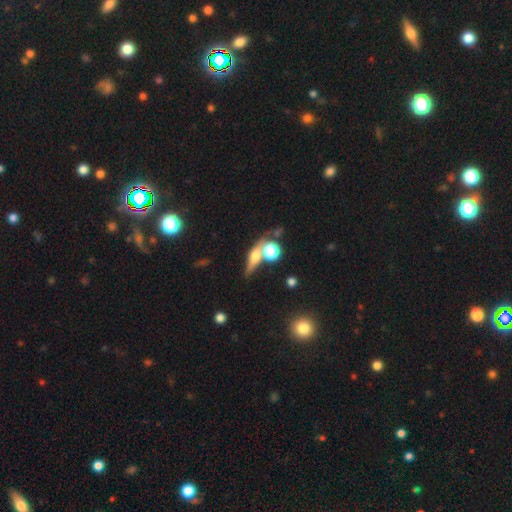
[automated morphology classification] Smooth or featured? smooth (50%)
How rounded? round (34%)
Merging? none (46%)